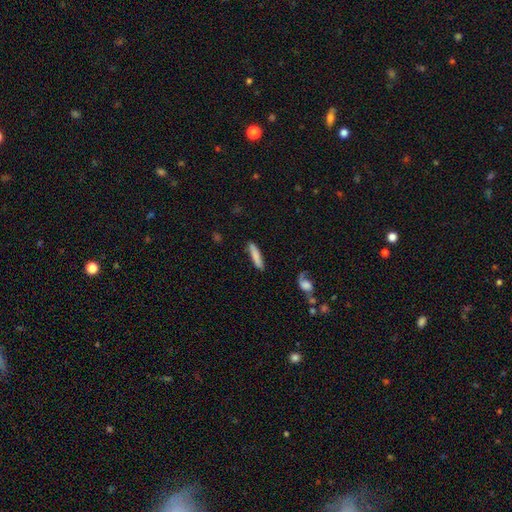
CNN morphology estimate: smooth 80%, featured or disk 14%, star or artifact 6%. Down the decision tree: how rounded — cigar-shaped (86%); merging — none (83%).